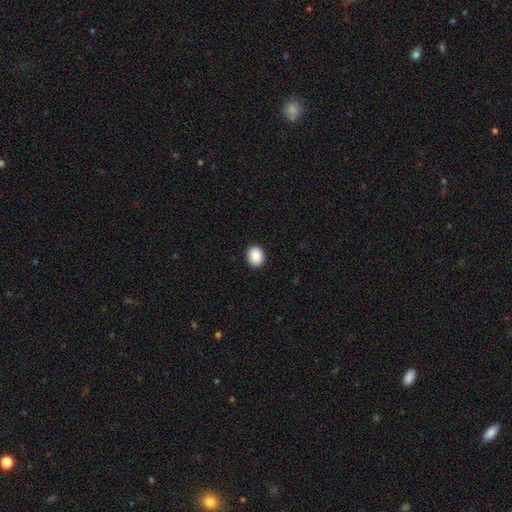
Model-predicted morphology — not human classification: type=smooth (89%); roundness=round (58%); merging=none (92%).